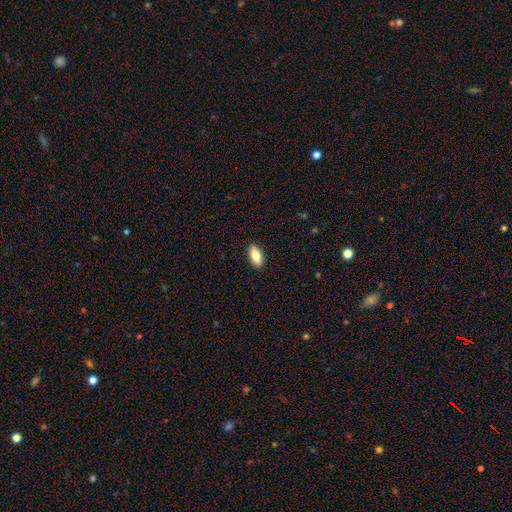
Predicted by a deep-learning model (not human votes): Q: Smooth or featured?
A: smooth (79%); runner-up: featured or disk (14%)
Q: How rounded?
A: in between (87%); runner-up: cigar-shaped (10%)
Q: Merging?
A: none (90%); runner-up: minor disturbance (7%)